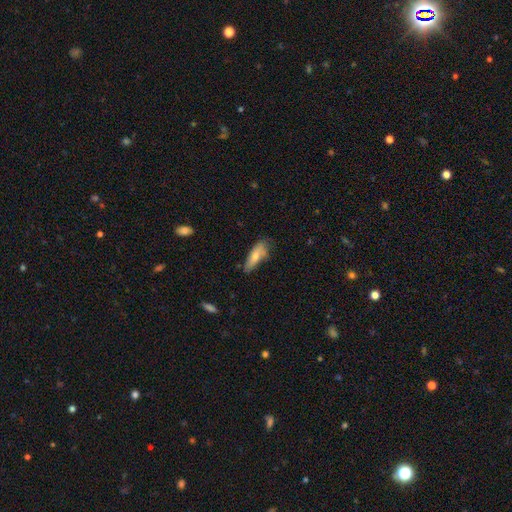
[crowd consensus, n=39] Smooth or featured? 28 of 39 (72%) said smooth. How rounded? 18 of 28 (64%) said in between. Merging? 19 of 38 (50%) said none.